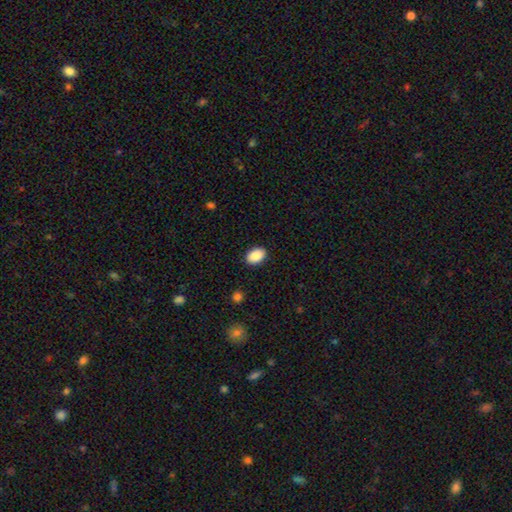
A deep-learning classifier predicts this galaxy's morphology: This appears to be a smooth galaxy with no disk features (89%) that is in between round and cigar-shaped (83%). Merging: none (89%).